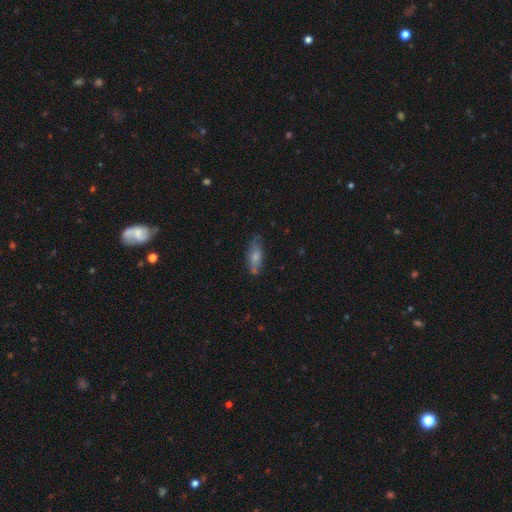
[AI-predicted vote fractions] This appears to be a smooth galaxy with no disk features (57%) that is in between round and cigar-shaped (56%). Merging: none (73%).